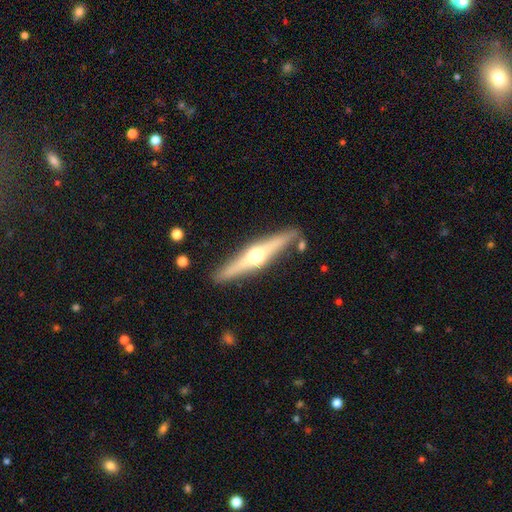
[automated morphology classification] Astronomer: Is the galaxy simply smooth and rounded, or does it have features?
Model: featured or disk — 72%.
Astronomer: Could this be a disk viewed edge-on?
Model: yes — 97%.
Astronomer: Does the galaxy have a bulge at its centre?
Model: rounded — 95%.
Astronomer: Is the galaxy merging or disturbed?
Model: none — 86%.